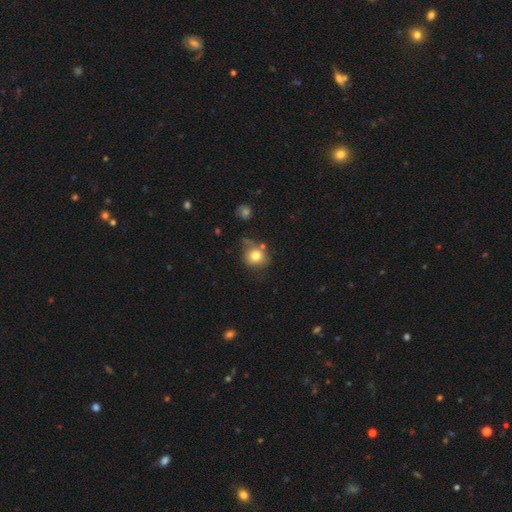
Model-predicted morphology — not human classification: smooth 78%, featured or disk 11%, star or artifact 11%. Down the decision tree: how rounded — round (80%); merging — none (60%).